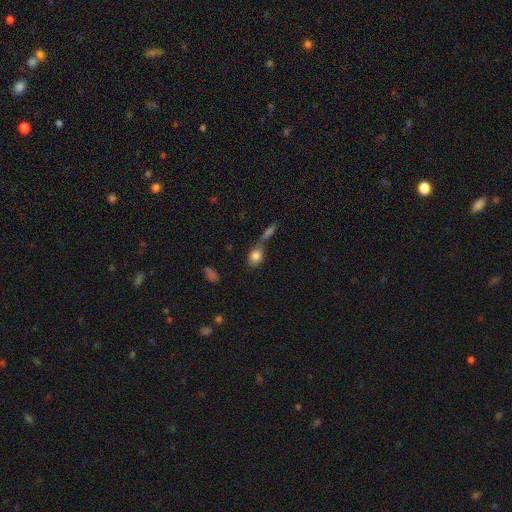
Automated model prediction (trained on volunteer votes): This is likely a smooth galaxy (80%). How rounded: possibly in between (53%). Merging: possibly merger (50%).